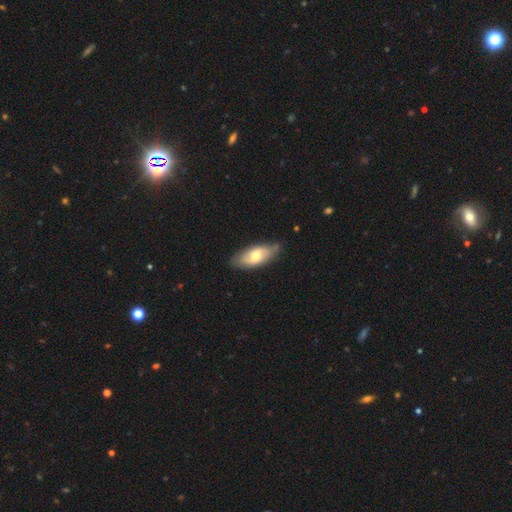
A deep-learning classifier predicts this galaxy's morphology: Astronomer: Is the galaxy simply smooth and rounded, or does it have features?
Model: smooth — 54% (runner-up: featured or disk, 40%).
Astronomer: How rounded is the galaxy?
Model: in between — 84%.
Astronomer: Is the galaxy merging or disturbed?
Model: none — 73%.